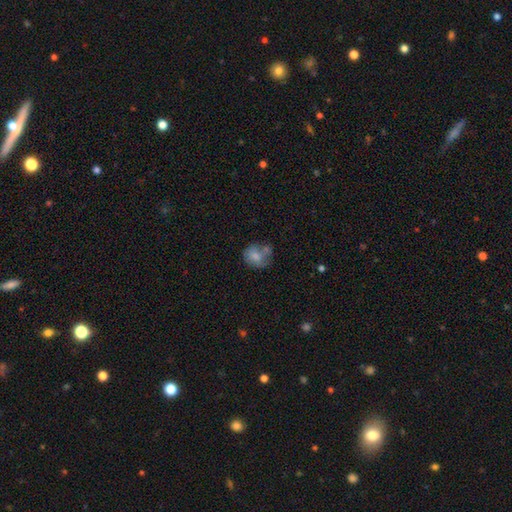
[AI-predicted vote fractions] A smooth galaxy with no disk features (71%) that is round (65%).

Vote fractions:
- Smooth or featured? smooth: 71% / featured or disk: 20% / star or artifact: 9%
- How rounded? round: 65% / in between: 34% / cigar-shaped: 1%
- Merging? none: 40% / merger: 29% / minor disturbance: 21% / major disturbance: 10%